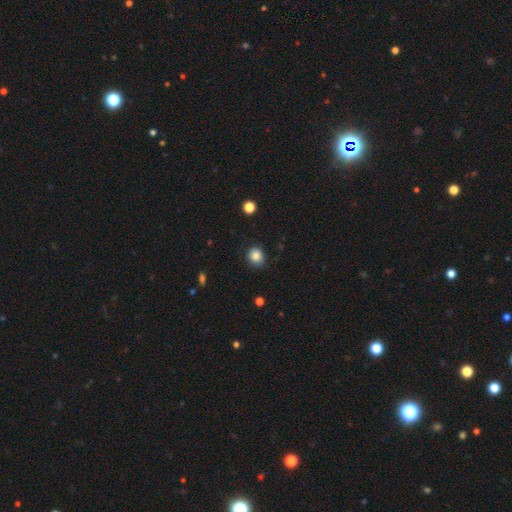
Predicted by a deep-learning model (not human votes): smooth-or-featured: smooth: 85% | star or artifact: 10% | featured or disk: 5%
  how-rounded: round: 80% | in between: 19% | cigar-shaped: 1%
  merging: none: 84% | minor disturbance: 12% | major disturbance: 3% | merger: 1%